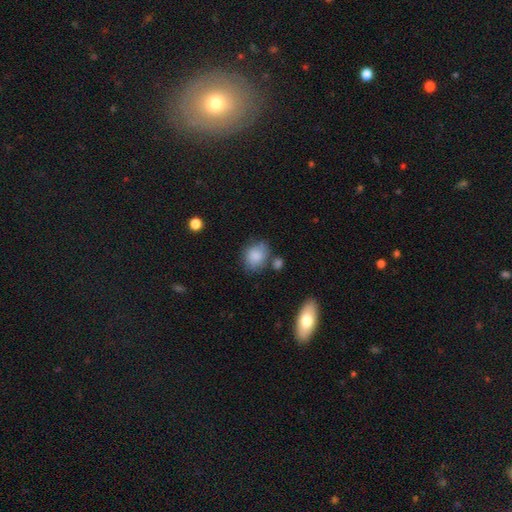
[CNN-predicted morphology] Q: Smooth or featured?
A: smooth (85%); runner-up: featured or disk (8%)
Q: How rounded?
A: round (53%); runner-up: in between (46%)
Q: Merging?
A: none (62%); runner-up: minor disturbance (22%)